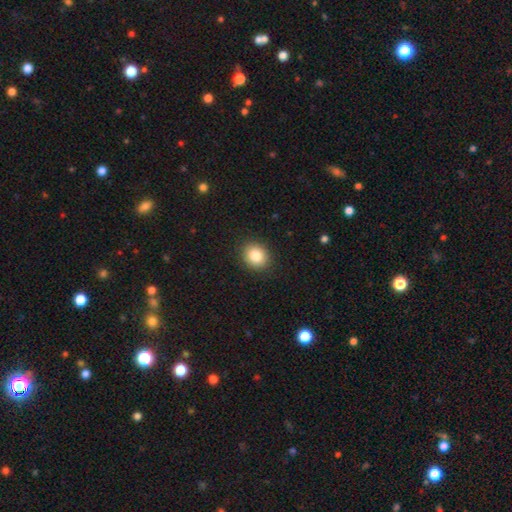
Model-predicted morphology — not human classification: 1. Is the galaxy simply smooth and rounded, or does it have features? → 84% smooth, 9% star or artifact, 7% featured or disk.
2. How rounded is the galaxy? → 65% round, 34% in between, 1% cigar-shaped.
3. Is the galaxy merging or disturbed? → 90% none, 7% minor disturbance, 2% major disturbance, 1% merger.